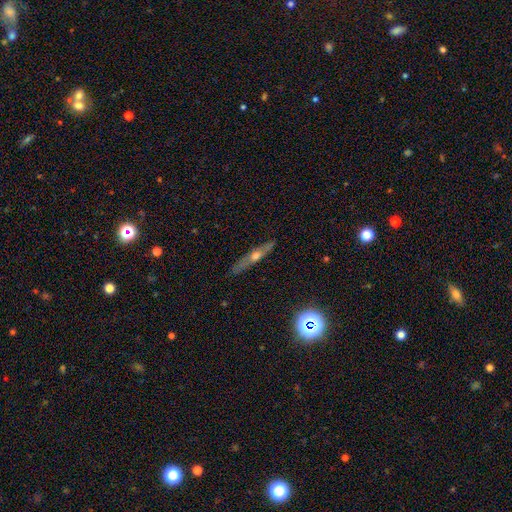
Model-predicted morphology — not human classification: Smooth or featured?
  - featured or disk: 62% *
  - smooth: 30%
  - star or artifact: 8%
Edge-on disk?
  - yes: 90% *
  - no: 10%
Edge-on bulge?
  - rounded: 89% *
  - none: 9%
  - boxy: 3%
Merging?
  - none: 85% *
  - minor disturbance: 11%
  - major disturbance: 2%
  - merger: 1%